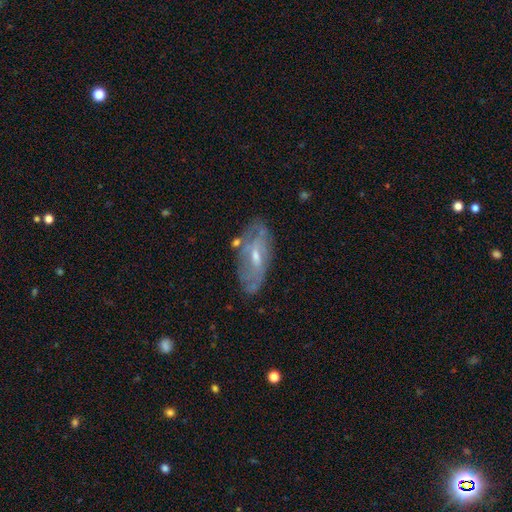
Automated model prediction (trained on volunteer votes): Smooth or featured?
  - featured or disk: 66% *
  - smooth: 26%
  - star or artifact: 8%
Edge-on disk?
  - no: 83% *
  - yes: 17%
Bar?
  - weak: 46% *
  - no: 39%
  - strong: 14%
Spiral arms?
  - yes: 60% *
  - no: 40%
Bulge size?
  - moderate: 47% * (tied)
  - small: 47% * (tied)
  - none: 3%
  - large: 2%
  - dominant: 1%
Merging?
  - none: 69% *
  - minor disturbance: 20%
  - major disturbance: 7%
  - merger: 4%